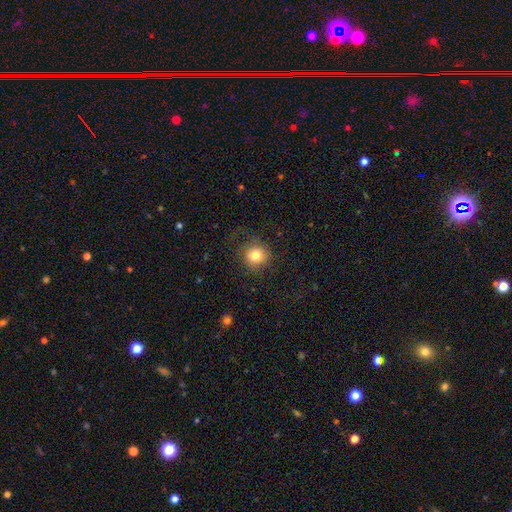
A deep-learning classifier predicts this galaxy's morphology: A smooth galaxy with no disk features (79%) that is round (89%).

Vote fractions:
- Smooth or featured? smooth: 79% / star or artifact: 11% / featured or disk: 10%
- How rounded? round: 89% / in between: 10% / cigar-shaped: 1%
- Merging? none: 78% / minor disturbance: 13% / major disturbance: 9% / merger: 1%